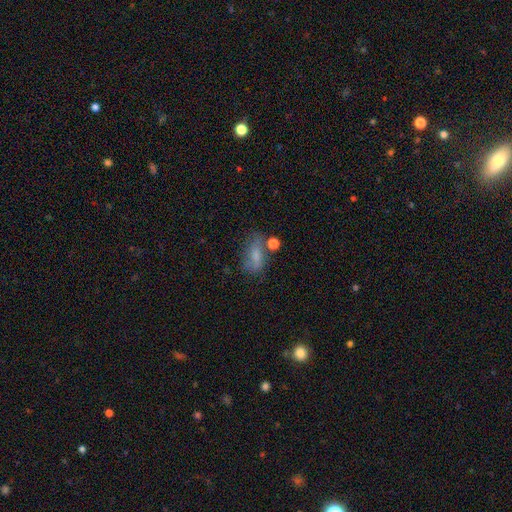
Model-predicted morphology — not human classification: Smooth or featured? Predicted: smooth (p=0.65). How rounded? Predicted: in between (p=0.78). Merging? Predicted: none (p=0.49).